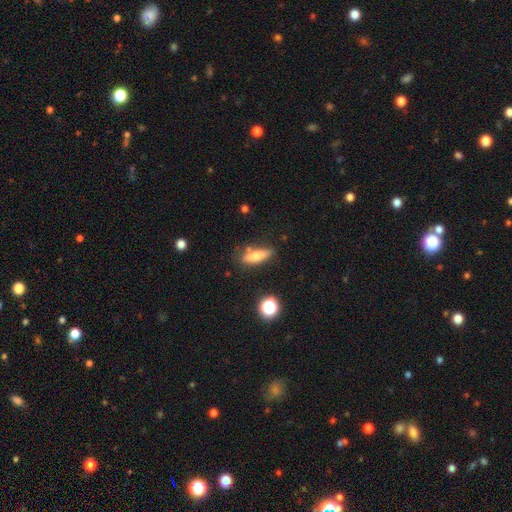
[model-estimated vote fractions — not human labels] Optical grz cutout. It shows a smooth galaxy with no disk features (72%) that is in between round and cigar-shaped (51%). Merging: none (71%).